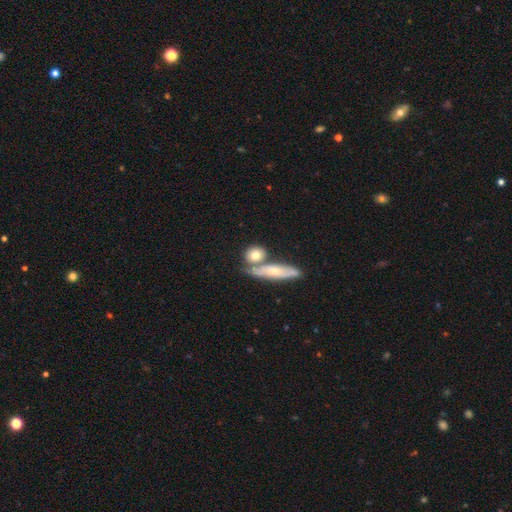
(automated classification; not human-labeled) Smooth or featured? Predicted: smooth (p=0.72). How rounded? Predicted: round (p=0.56). Merging? Predicted: none (p=0.55).